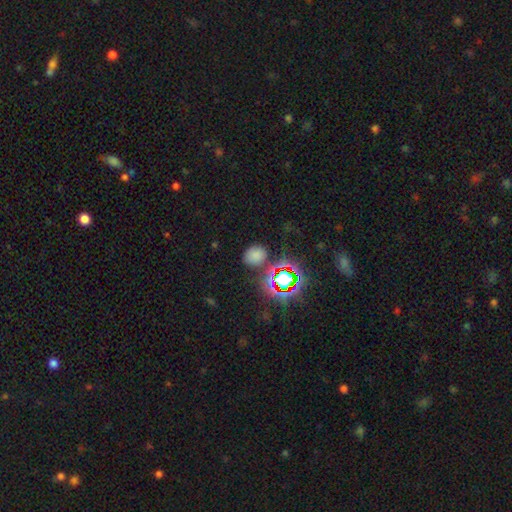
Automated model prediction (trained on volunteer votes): Smooth or featured? Predicted: smooth (p=0.65). How rounded? Predicted: round (p=0.57). Merging? Predicted: none (p=0.77).